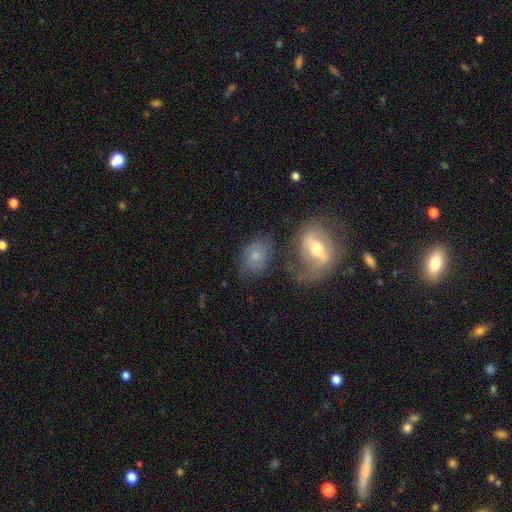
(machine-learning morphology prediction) A smooth galaxy with no disk features (55%) that is in between round and cigar-shaped (63%). Merging: none (56%).